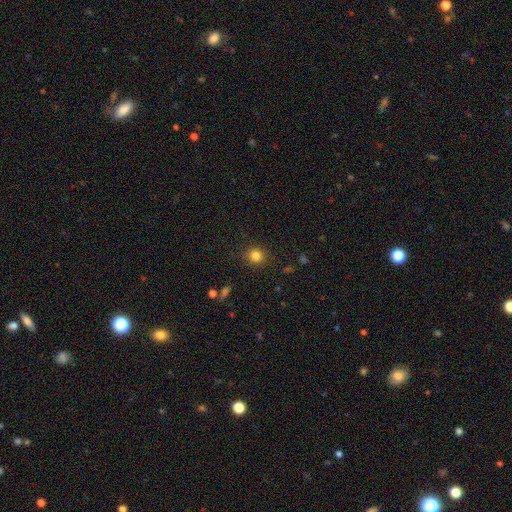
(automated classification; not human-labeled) The model was most divided on "smooth or featured": smooth: 82%, star or artifact: 12%, featured or disk: 5%. More confident: merging — none (89%); how rounded — round (88%).